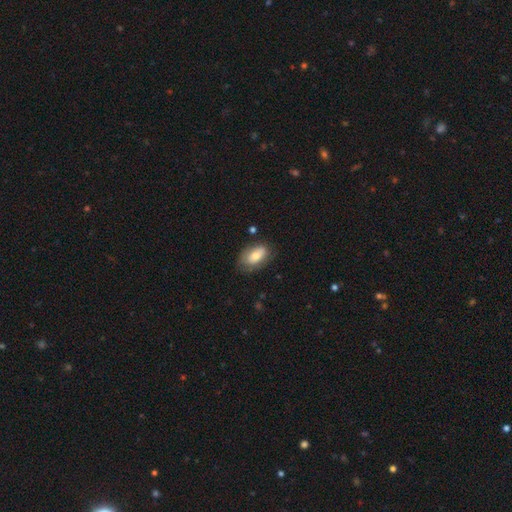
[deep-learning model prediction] Smooth or featured: smooth — 70% (featured or disk — 23%)
How rounded: in between — 91% (round — 6%)
Merging: none — 72% (minor disturbance — 21%)